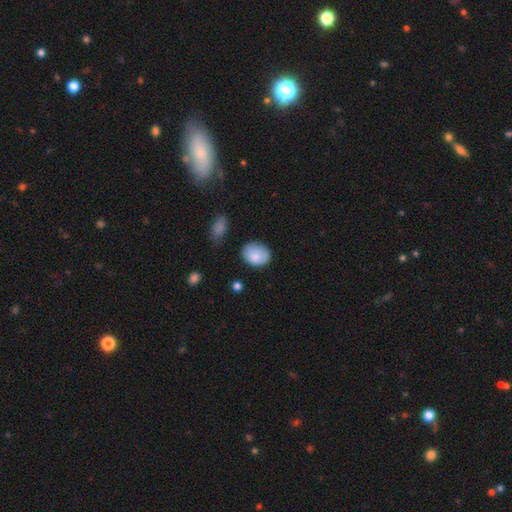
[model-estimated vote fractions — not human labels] smooth 85%, featured or disk 8%, star or artifact 7%. Down the decision tree: how rounded — in between (67%); merging — none (68%).